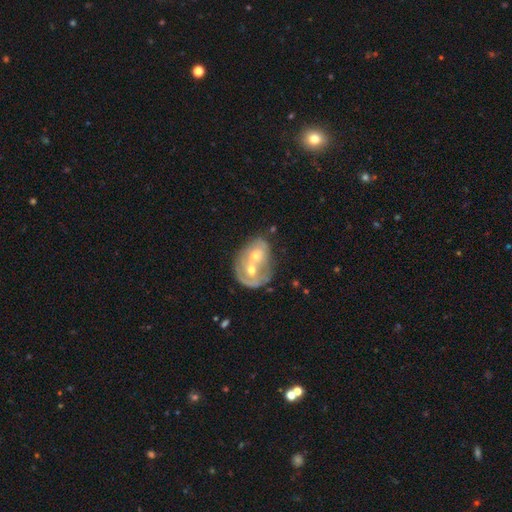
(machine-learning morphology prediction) A featured or disk galaxy (55%) with no bar (81%), no spiral arms (66%) and a moderate central bulge (62%). Merging: merger (78%).